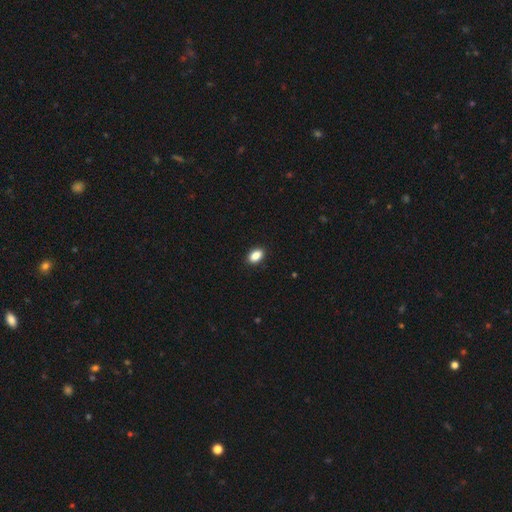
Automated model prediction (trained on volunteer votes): This appears to be a smooth galaxy with no disk features (88%) that is in between round and cigar-shaped (89%). Merging: none (90%).